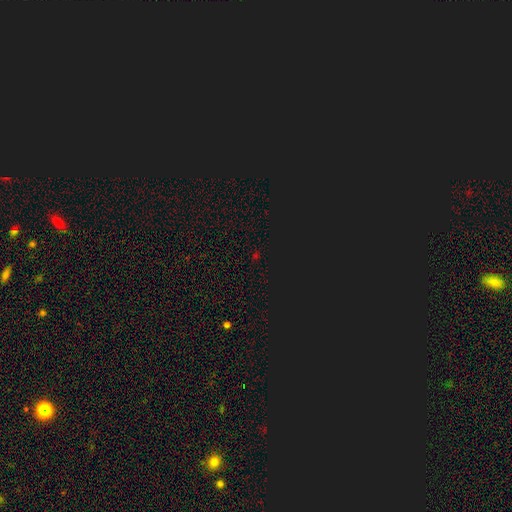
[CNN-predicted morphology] smooth-or-featured: star or artifact: 74% | smooth: 20% | featured or disk: 6%